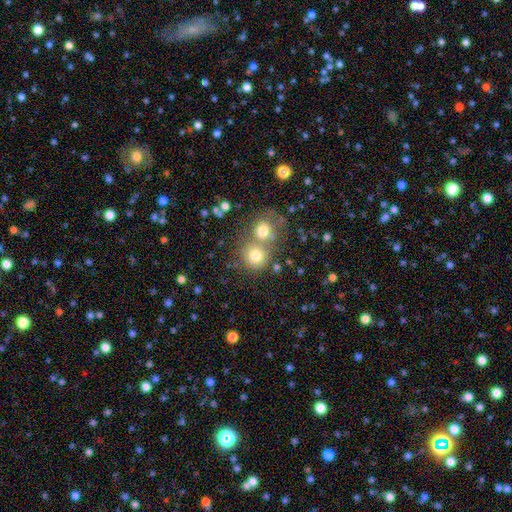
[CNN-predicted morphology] Smooth or featured? Predicted: smooth (p=0.75). How rounded? Predicted: round (p=0.87). Merging? Predicted: none (p=0.46).